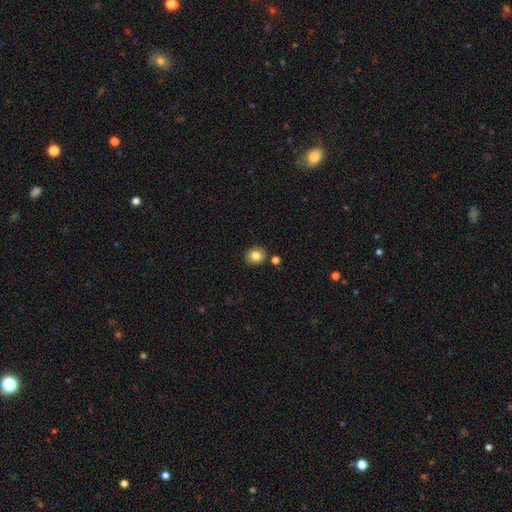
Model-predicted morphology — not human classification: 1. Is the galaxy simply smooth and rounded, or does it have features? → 82% smooth, 10% star or artifact, 7% featured or disk.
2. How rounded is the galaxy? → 80% round, 19% in between, 1% cigar-shaped.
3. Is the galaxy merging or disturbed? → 84% none, 9% minor disturbance, 5% merger, 2% major disturbance.